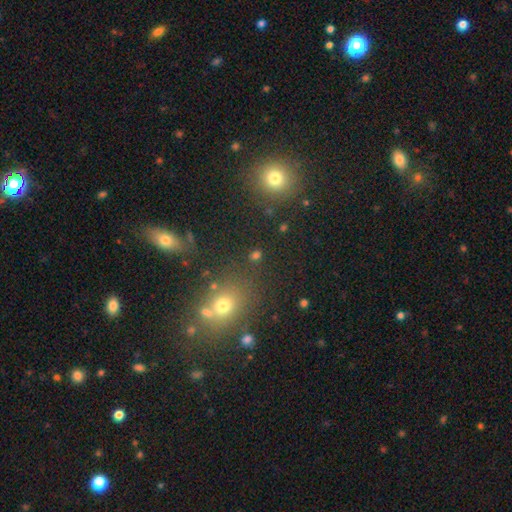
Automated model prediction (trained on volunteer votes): This appears to be a smooth galaxy with no disk features (58%) that is round (66%). Merging: none (76%).